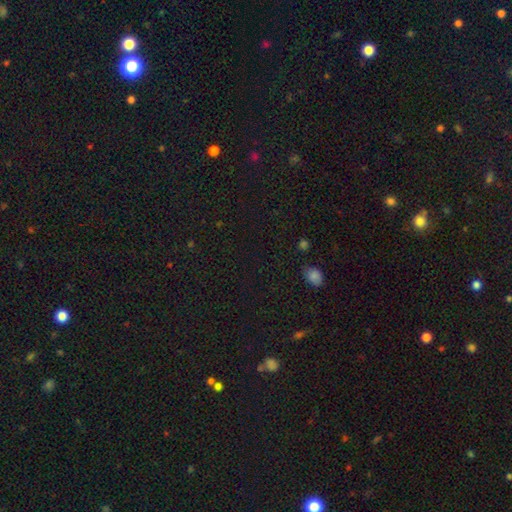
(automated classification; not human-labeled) This is possibly a star or artifact rather than a galaxy (59%).